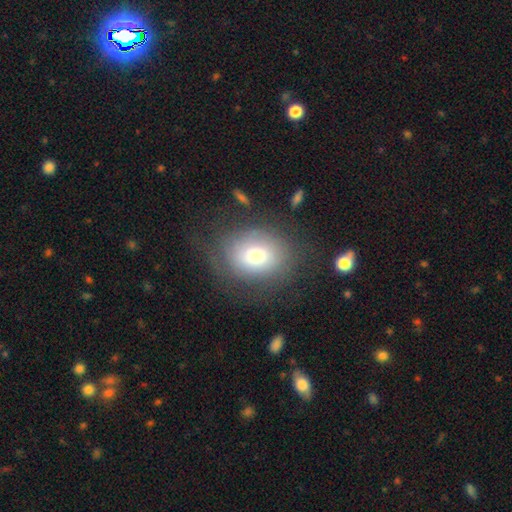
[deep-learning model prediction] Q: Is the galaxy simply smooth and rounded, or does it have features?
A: smooth — 65%.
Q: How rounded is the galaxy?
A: in between — 52%.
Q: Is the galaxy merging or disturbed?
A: none — 63%.